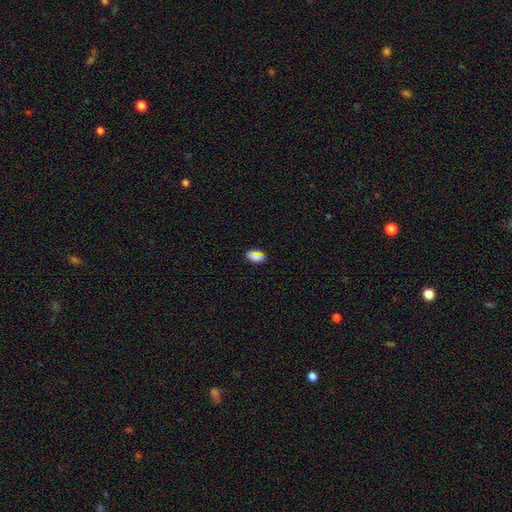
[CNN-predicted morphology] Smooth or featured: smooth — 73% (star or artifact — 20%)
How rounded: in between — 83% (round — 12%)
Merging: none — 80% (minor disturbance — 13%)